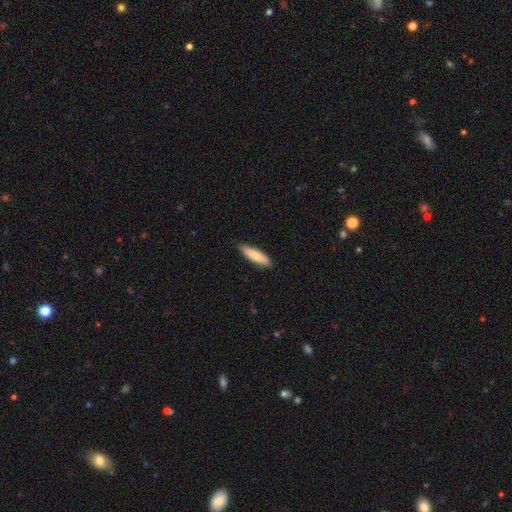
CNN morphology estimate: Q: Smooth or featured?
A: smooth (79%); runner-up: featured or disk (16%)
Q: How rounded?
A: cigar-shaped (67%); runner-up: in between (32%)
Q: Merging?
A: none (87%); runner-up: minor disturbance (11%)